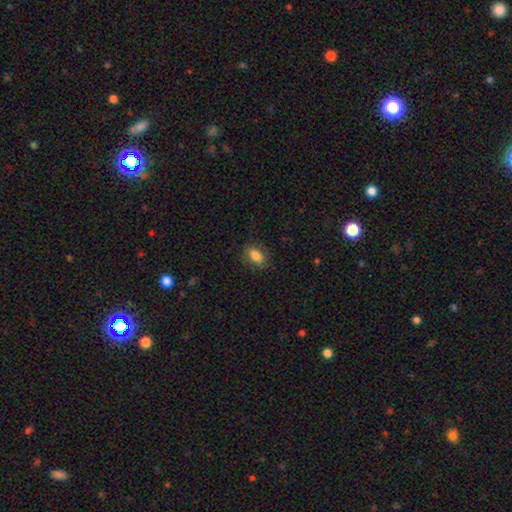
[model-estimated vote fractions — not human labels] Smooth or featured?
  - smooth: 84% *
  - star or artifact: 8%
  - featured or disk: 8%
How rounded?
  - in between: 86% *
  - round: 11%
  - cigar-shaped: 3%
Merging?
  - none: 81% *
  - minor disturbance: 14%
  - major disturbance: 4%
  - merger: 1%